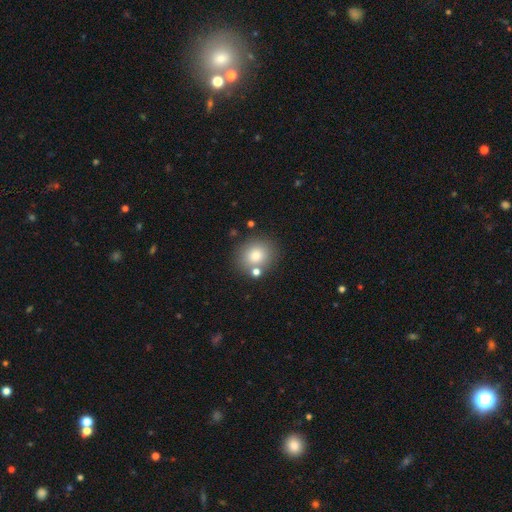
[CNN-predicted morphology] Smooth or featured? Predicted: smooth (p=0.81). How rounded? Predicted: round (p=0.77). Merging? Predicted: none (p=0.75).